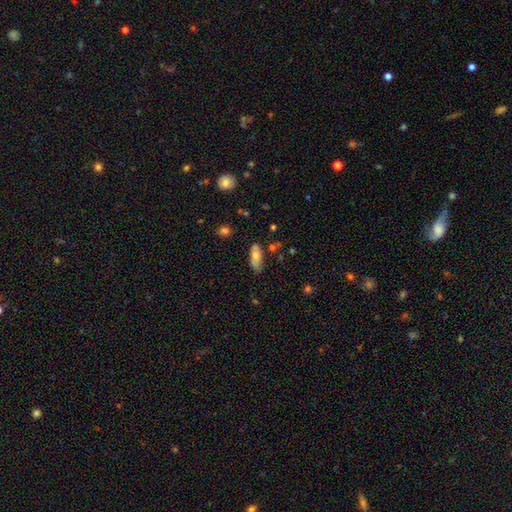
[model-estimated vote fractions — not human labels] This appears to be a smooth galaxy with no disk features (72%) that is in between round and cigar-shaped (75%). Merging: none (69%).